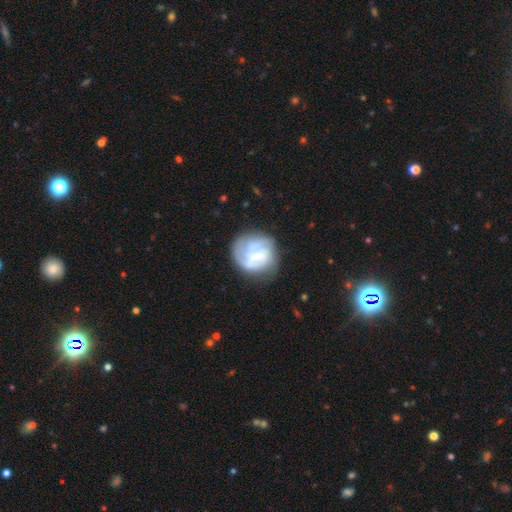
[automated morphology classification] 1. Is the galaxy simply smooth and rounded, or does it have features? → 56% featured or disk, 36% smooth, 7% star or artifact.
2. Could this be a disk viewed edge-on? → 98% no, 2% yes.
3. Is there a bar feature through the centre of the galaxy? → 46% weak, 32% no, 22% strong.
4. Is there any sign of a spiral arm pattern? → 66% yes, 34% no.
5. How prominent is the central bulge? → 36% none, 34% small, 23% moderate, 5% large, 2% dominant.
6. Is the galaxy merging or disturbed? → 52% none, 25% minor disturbance, 20% major disturbance, 3% merger.